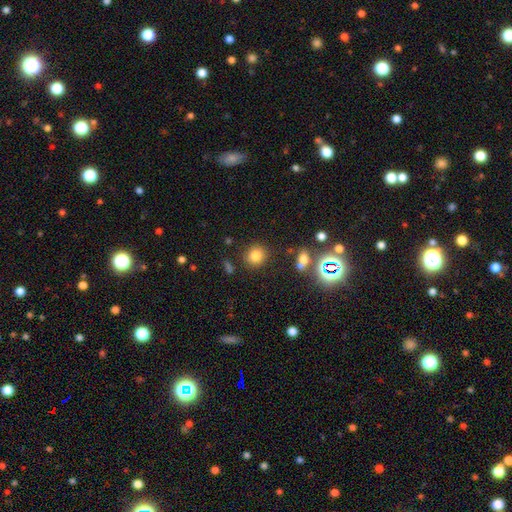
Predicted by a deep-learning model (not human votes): Smooth or featured?
  - smooth: 79% *
  - star or artifact: 14%
  - featured or disk: 7%
How rounded?
  - round: 87% *
  - in between: 12%
  - cigar-shaped: 1%
Merging?
  - none: 85% *
  - minor disturbance: 8%
  - merger: 4%
  - major disturbance: 3%